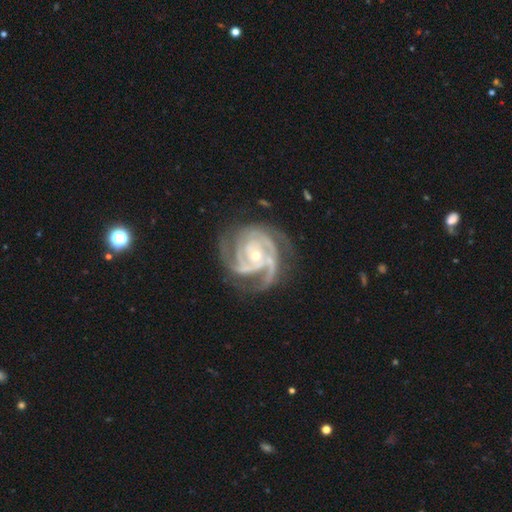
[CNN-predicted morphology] smooth-or-featured: featured or disk: 93% | star or artifact: 4% | smooth: 3%
  disk-edge-on: no: 98% | yes: 2%
    bar: no: 64% | weak: 24% | strong: 11%
    has-spiral-arms: yes: 99% | no: 1%
      spiral-winding: tight: 64% | medium: 32% | loose: 4%
      spiral-arm-count: 3: 59% | 4: 13% | 2: 13% | can't tell: 7% | more than 4: 4% | 1: 4%
    bulge-size: small: 62% | moderate: 35% | large: 1% | none: 1% | dominant: 1%
  merging: none: 66% | minor disturbance: 20% | major disturbance: 11% | merger: 2%